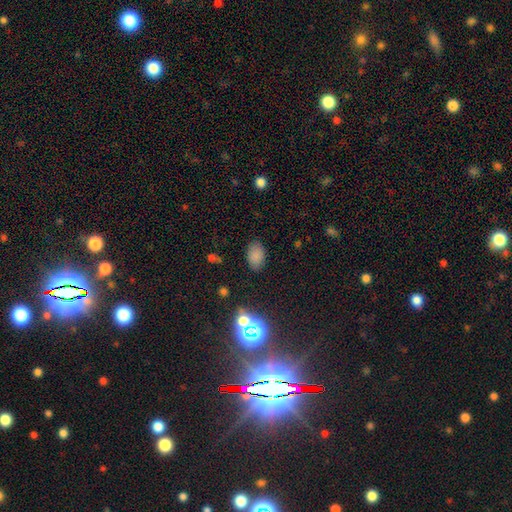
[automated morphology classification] Q: Smooth or featured?
A: smooth (81%); runner-up: star or artifact (13%)
Q: How rounded?
A: in between (89%); runner-up: round (10%)
Q: Merging?
A: none (85%); runner-up: minor disturbance (11%)